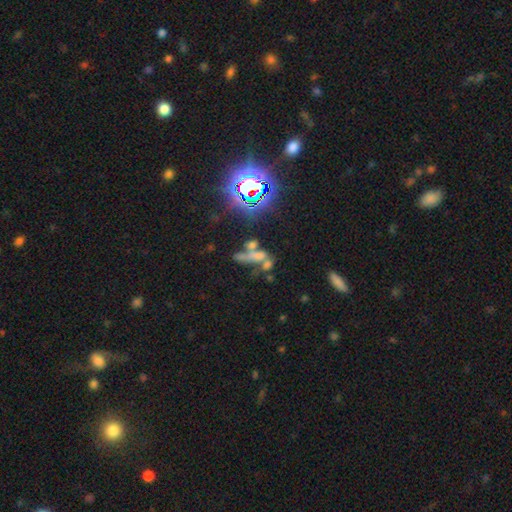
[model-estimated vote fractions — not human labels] Smooth or featured?
  - smooth: 43% *
  - star or artifact: 32%
  - featured or disk: 25%
Merging?
  - merger: 50% *
  - none: 25%
  - major disturbance: 14%
  - minor disturbance: 11%